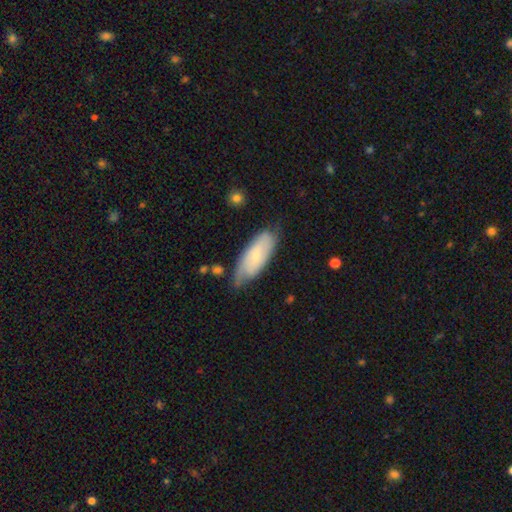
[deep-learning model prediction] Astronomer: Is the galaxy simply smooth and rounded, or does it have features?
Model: smooth — 57% (runner-up: featured or disk, 37%).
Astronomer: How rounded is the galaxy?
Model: in between — 76%.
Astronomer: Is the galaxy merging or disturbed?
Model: none — 58%.